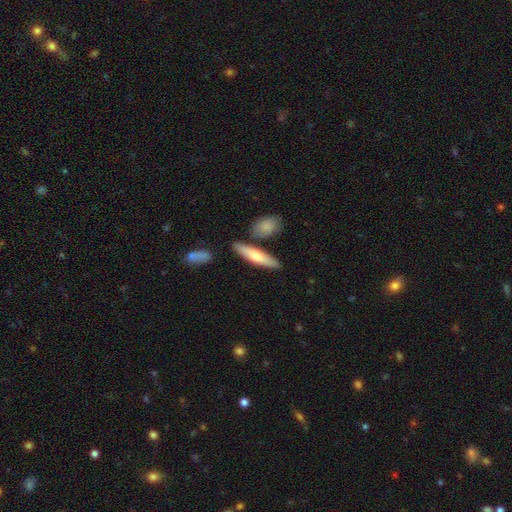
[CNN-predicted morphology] A smooth galaxy with no disk features (65%) that is cigar-shaped (73%).

Vote fractions:
- Smooth or featured? smooth: 65% / featured or disk: 29% / star or artifact: 5%
- How rounded? cigar-shaped: 73% / in between: 24% / round: 2%
- Merging? none: 79% / minor disturbance: 11% / merger: 8% / major disturbance: 3%